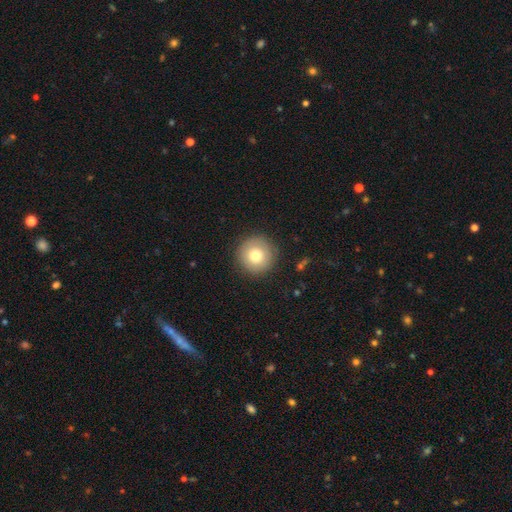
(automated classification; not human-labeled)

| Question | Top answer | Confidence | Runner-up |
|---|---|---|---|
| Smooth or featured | smooth | 77% | featured or disk (14%) |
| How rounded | round | 96% | in between (3%) |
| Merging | none | 89% | minor disturbance (7%) |